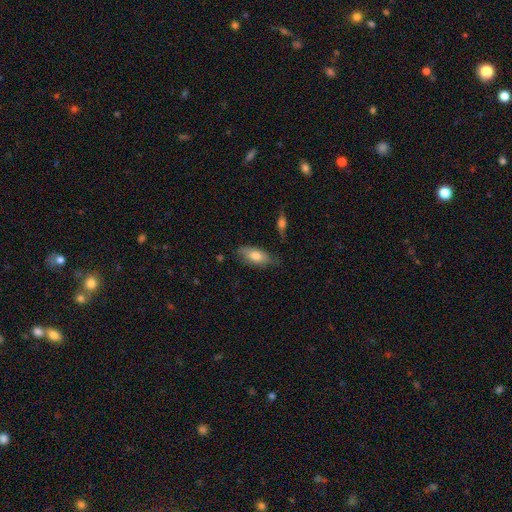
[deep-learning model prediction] Morphology: type=smooth (73%); roundness=in between (81%); merging=none (69%).